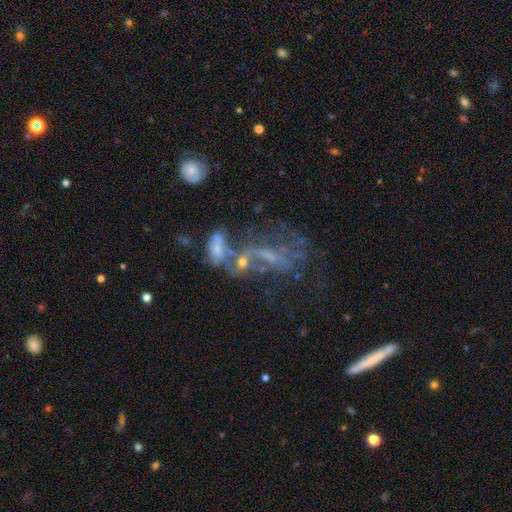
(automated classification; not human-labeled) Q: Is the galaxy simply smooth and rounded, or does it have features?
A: featured or disk — 51%.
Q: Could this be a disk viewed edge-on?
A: no — 85%.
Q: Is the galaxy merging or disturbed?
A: merger — 38%.